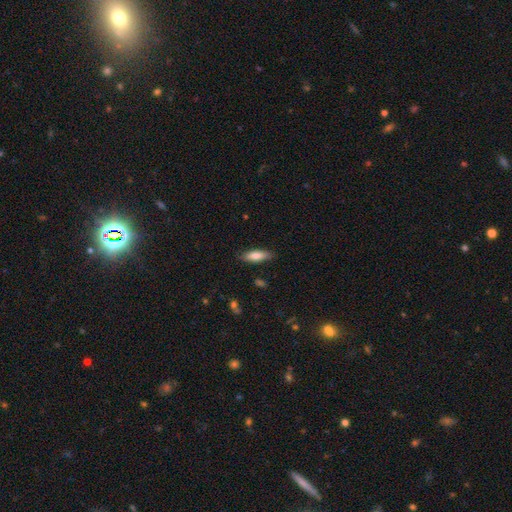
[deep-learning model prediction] This appears to be a smooth galaxy with no disk features (78%) that is in between round and cigar-shaped (50%). Merging: none (84%).